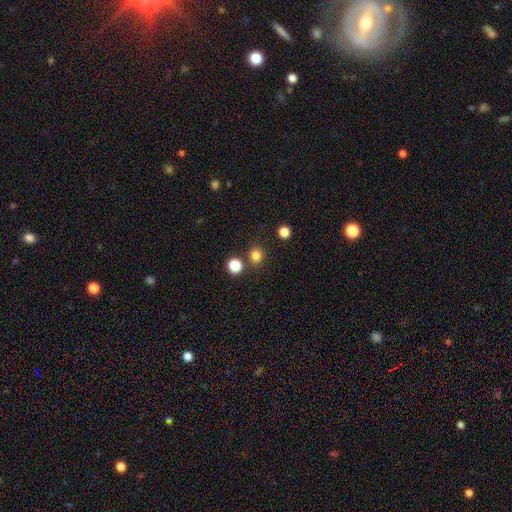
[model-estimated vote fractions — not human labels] Smooth or featured? Predicted: smooth (p=0.81). How rounded? Predicted: round (p=0.88). Merging? Predicted: none (p=0.82).